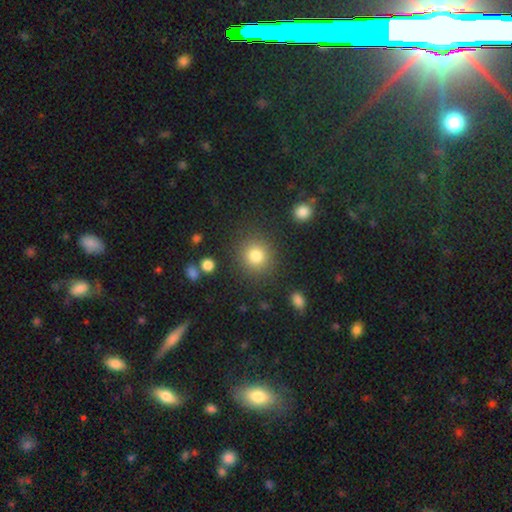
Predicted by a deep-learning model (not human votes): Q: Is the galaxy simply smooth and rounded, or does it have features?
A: smooth — 81%.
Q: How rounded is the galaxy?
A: round — 89%.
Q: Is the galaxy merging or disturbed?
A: none — 86%.